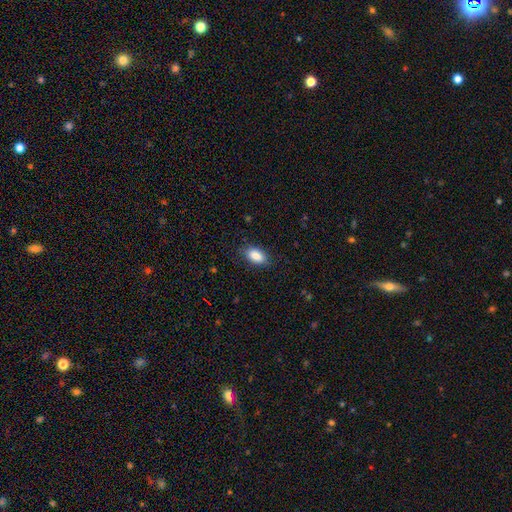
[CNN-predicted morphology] smooth_or_featured: smooth (p=0.87) [alt: star or artifact p=0.07]
how_rounded: in between (p=0.91) [alt: round p=0.05]
merging: none (p=0.84) [alt: minor disturbance p=0.12]